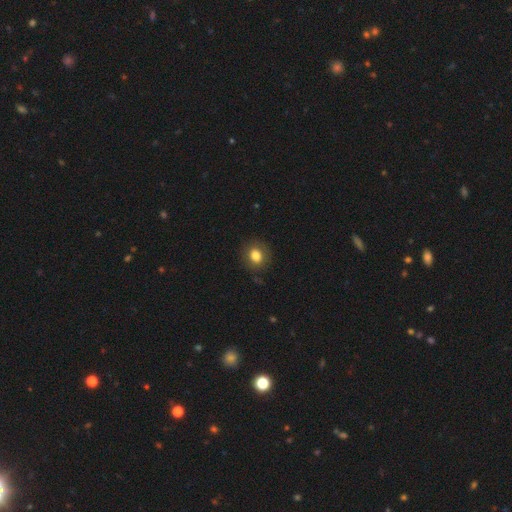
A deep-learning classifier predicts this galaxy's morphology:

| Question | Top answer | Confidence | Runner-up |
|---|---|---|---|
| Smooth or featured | smooth | 80% | featured or disk (11%) |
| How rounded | round | 64% | in between (35%) |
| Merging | none | 85% | minor disturbance (10%) |